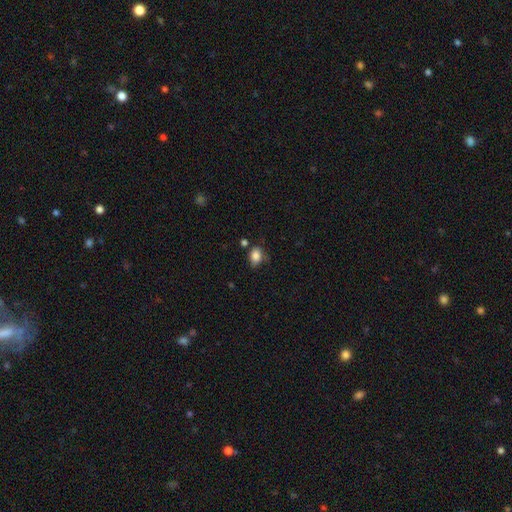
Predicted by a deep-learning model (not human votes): Smooth or featured? Predicted: smooth (p=0.84). How rounded? Predicted: in between (p=0.69). Merging? Predicted: none (p=0.55).